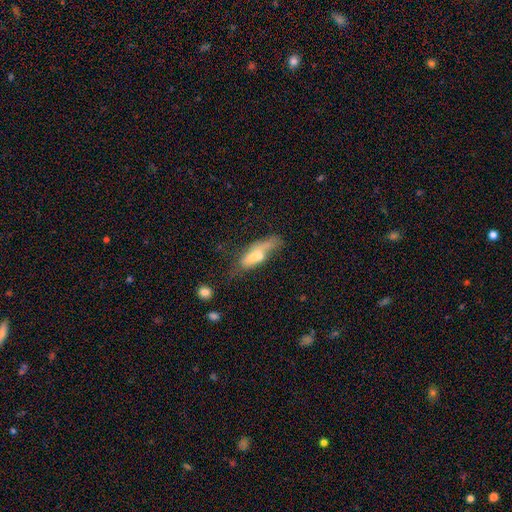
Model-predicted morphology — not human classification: Smooth or featured? smooth (60%)
How rounded? in between (53%)
Merging? none (32%)